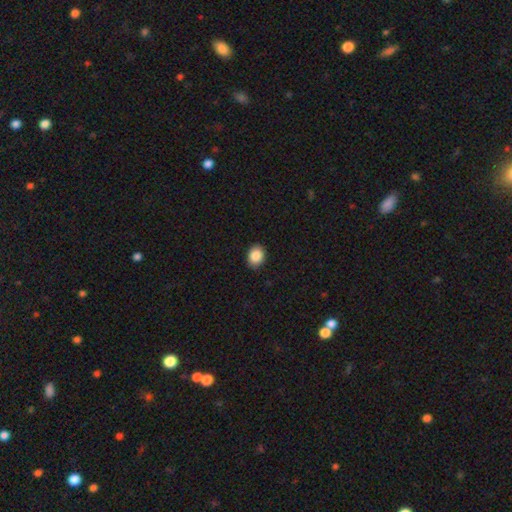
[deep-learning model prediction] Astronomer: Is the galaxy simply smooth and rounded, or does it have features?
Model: smooth — 87%.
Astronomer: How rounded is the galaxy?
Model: in between — 58% (runner-up: round, 41%).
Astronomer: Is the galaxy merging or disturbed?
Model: none — 89%.